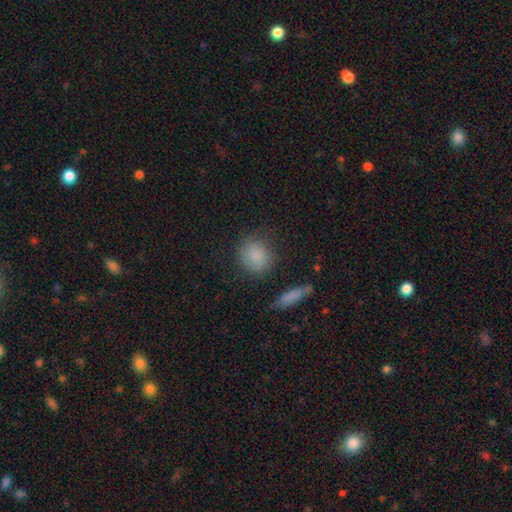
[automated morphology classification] Smooth or featured: smooth — 85% (star or artifact — 9%)
How rounded: round — 79% (in between — 19%)
Merging: none — 80% (minor disturbance — 13%)